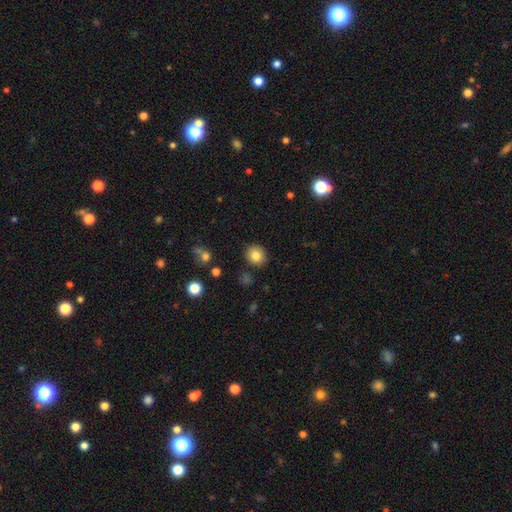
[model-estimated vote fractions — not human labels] Smooth or featured?
  - smooth: 81% *
  - star or artifact: 10%
  - featured or disk: 8%
How rounded?
  - round: 77% *
  - in between: 23%
  - cigar-shaped: 1%
Merging?
  - none: 88% *
  - minor disturbance: 8%
  - major disturbance: 2%
  - merger: 2%